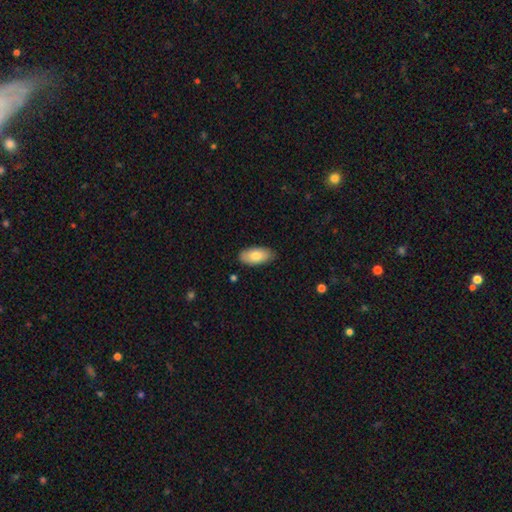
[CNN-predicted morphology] This is likely a smooth galaxy (79%). How rounded: clearly in between (93%). Merging: clearly none (84%).